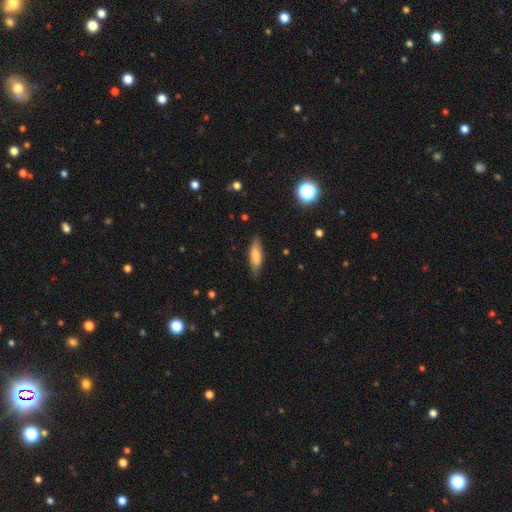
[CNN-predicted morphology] Smooth or featured: smooth — 79% (featured or disk — 14%)
How rounded: cigar-shaped — 50% (in between — 48%)
Merging: none — 82% (minor disturbance — 15%)